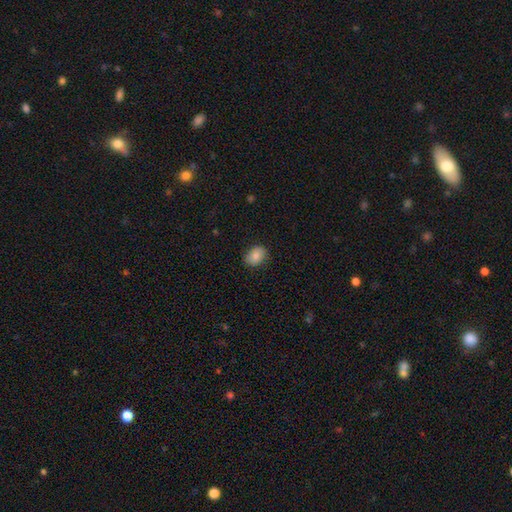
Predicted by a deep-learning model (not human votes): Morphology: type=smooth (85%); roundness=in between (67%); merging=none (85%).